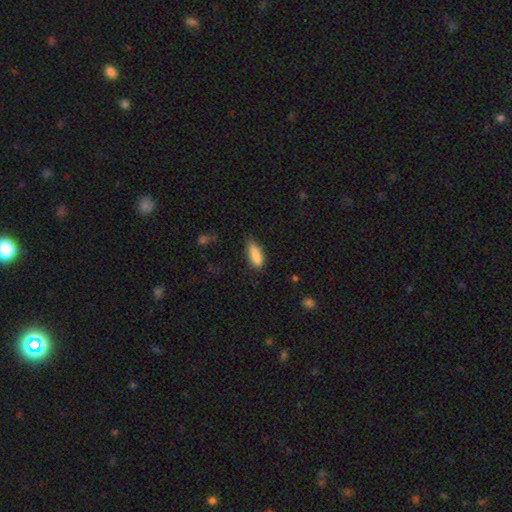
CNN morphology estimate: smooth-or-featured: smooth: 88% | star or artifact: 7% | featured or disk: 5%
  how-rounded: in between: 67% | cigar-shaped: 31% | round: 2%
  merging: none: 71% | minor disturbance: 23% | major disturbance: 4% | merger: 2%